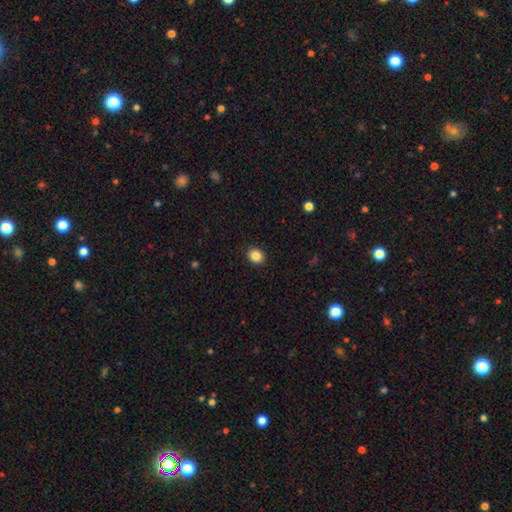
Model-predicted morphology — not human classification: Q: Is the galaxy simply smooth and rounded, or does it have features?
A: smooth — 86%.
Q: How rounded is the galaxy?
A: round — 66%.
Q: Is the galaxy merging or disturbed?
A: none — 91%.